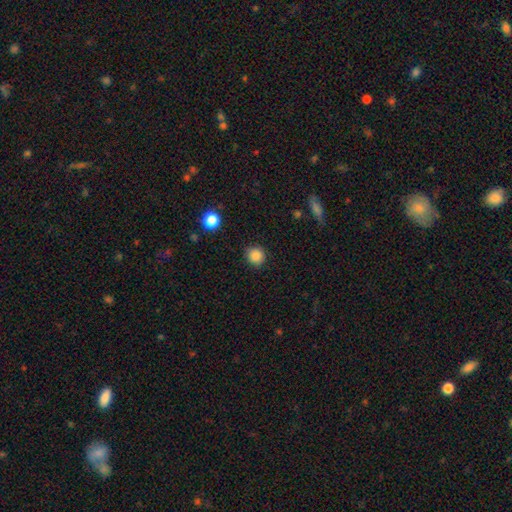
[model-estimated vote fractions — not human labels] Q: Smooth or featured?
A: smooth (86%); runner-up: star or artifact (11%)
Q: How rounded?
A: round (91%); runner-up: in between (8%)
Q: Merging?
A: none (89%); runner-up: minor disturbance (8%)